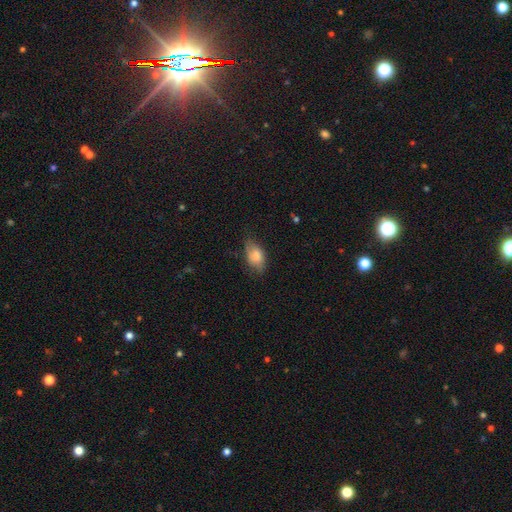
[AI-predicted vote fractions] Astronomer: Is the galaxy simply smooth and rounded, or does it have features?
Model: smooth — 74%.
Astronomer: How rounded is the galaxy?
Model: in between — 87%.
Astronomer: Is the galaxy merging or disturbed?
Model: none — 65%.